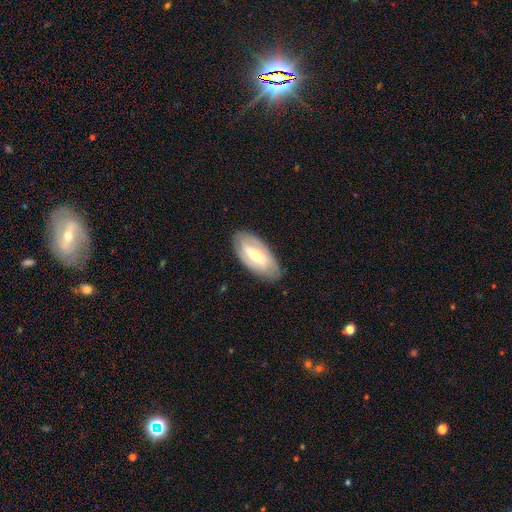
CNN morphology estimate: featured or disk 59%, smooth 36%, star or artifact 6%. Down the decision tree: edge-on disk — no (88%); bar — weak (41%); spiral arms — yes (65%); bulge size — moderate (50%); merging — none (82%).